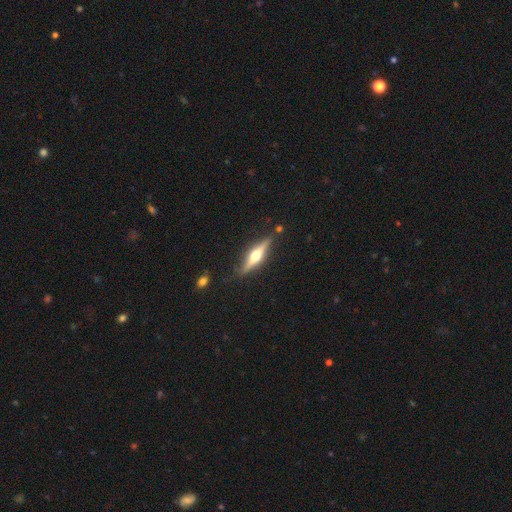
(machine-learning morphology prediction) Q: Smooth or featured?
A: featured or disk (72%); runner-up: smooth (23%)
Q: Edge-on disk?
A: yes (96%); runner-up: no (4%)
Q: Edge-on bulge?
A: rounded (95%); runner-up: boxy (3%)
Q: Merging?
A: none (84%); runner-up: minor disturbance (11%)